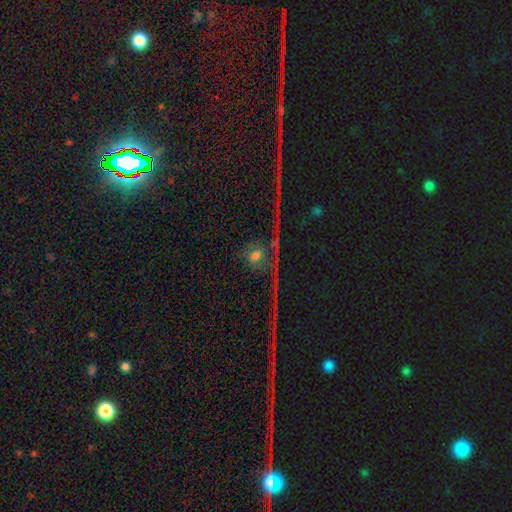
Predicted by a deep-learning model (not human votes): smooth-or-featured: star or artifact: 38% | smooth: 34% | featured or disk: 28%